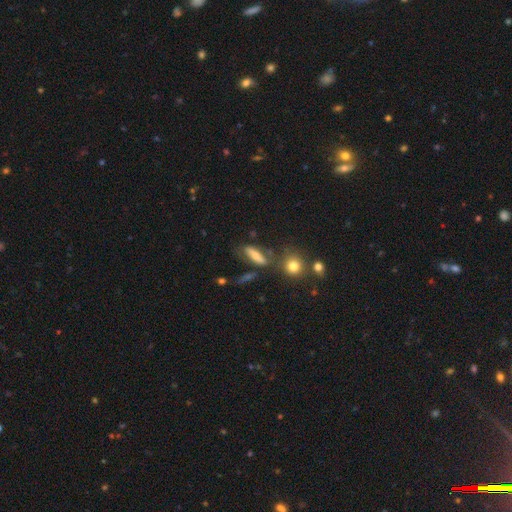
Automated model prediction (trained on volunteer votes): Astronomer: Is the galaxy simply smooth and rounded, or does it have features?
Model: smooth — 58%.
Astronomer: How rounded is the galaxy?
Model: cigar-shaped — 50% (runner-up: in between, 43%).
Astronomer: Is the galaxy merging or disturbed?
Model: none — 61%.